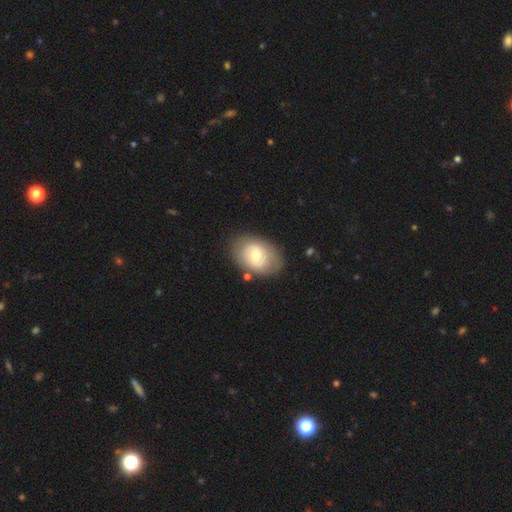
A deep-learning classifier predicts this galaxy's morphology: Smooth or featured? Predicted: smooth (p=0.59). How rounded? Predicted: in between (p=0.78). Merging? Predicted: none (p=0.79).